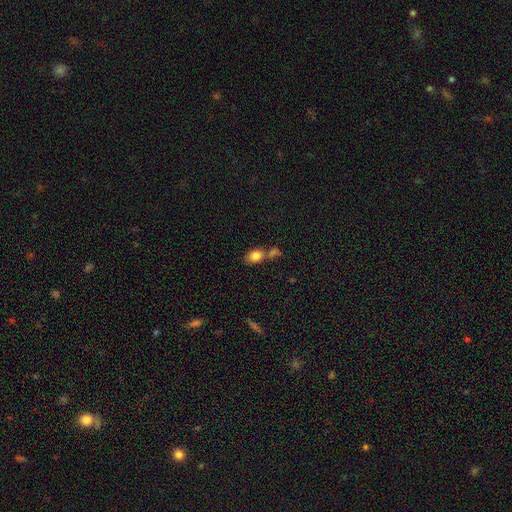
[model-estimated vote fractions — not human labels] Smooth or featured: smooth — 81% (featured or disk — 9%)
How rounded: in between — 79% (round — 19%)
Merging: merger — 44% (none — 38%)